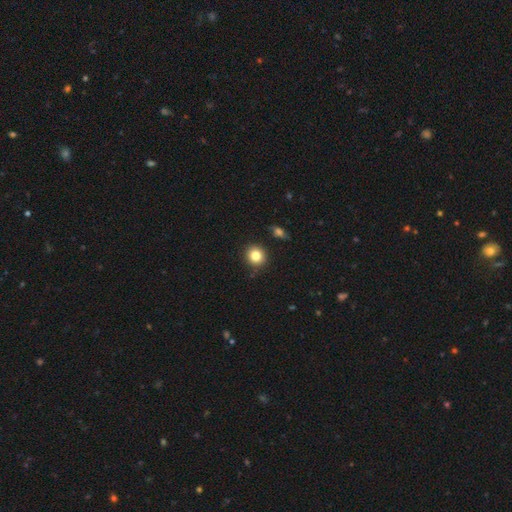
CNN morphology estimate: Overall: smooth (82%). How rounded: round (85%). Merging: none (87%).